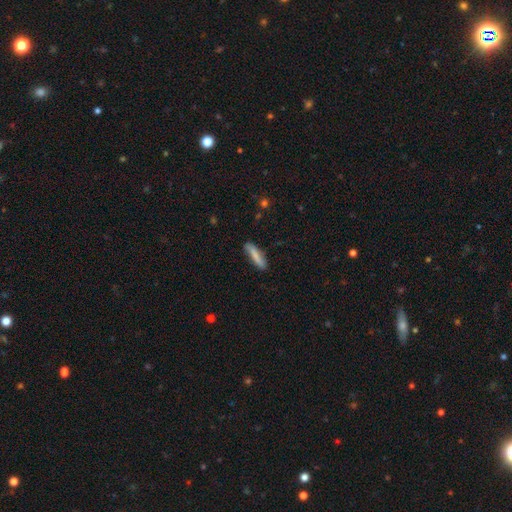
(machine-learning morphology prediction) type=smooth (77%); roundness=cigar-shaped (81%); merging=none (79%).